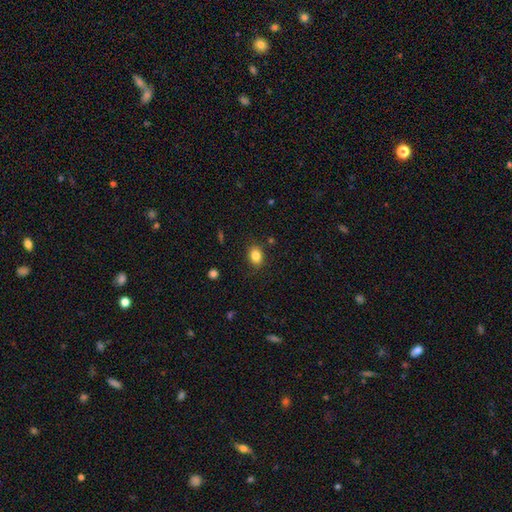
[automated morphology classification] This appears to be a smooth galaxy with no disk features (83%) that is in between round and cigar-shaped (71%). Merging: none (84%).